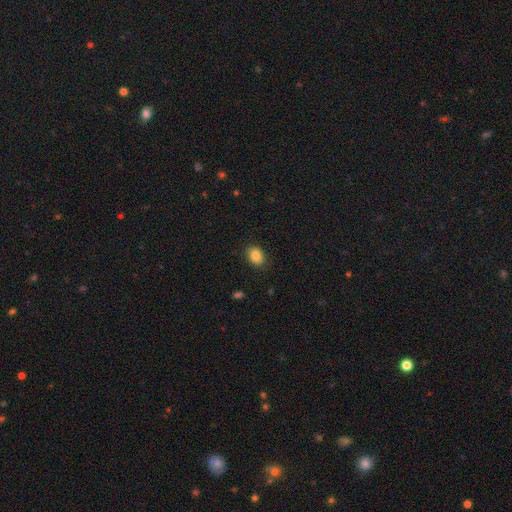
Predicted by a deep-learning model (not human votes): A smooth galaxy with no disk features (85%) that is in between round and cigar-shaped (66%).

Vote fractions:
- Smooth or featured? smooth: 85% / star or artifact: 9% / featured or disk: 6%
- How rounded? in between: 66% / round: 33% / cigar-shaped: 1%
- Merging? none: 86% / minor disturbance: 10% / major disturbance: 2% / merger: 1%